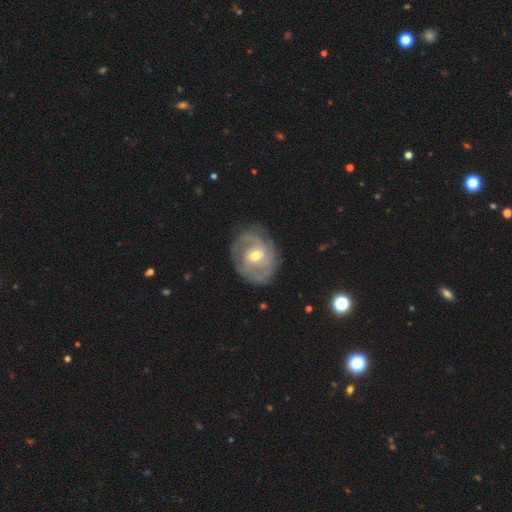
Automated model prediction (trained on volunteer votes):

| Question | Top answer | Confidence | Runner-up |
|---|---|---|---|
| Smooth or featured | featured or disk | 83% | smooth (12%) |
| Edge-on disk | no | 97% | yes (3%) |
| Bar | weak | 49% | no (38%) |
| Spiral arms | yes | 93% | no (7%) |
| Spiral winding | tight | 55% | medium (35%) |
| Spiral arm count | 2 | 46% | can't tell (22%) |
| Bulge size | moderate | 62% | small (33%) |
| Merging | none | 78% | minor disturbance (15%) |